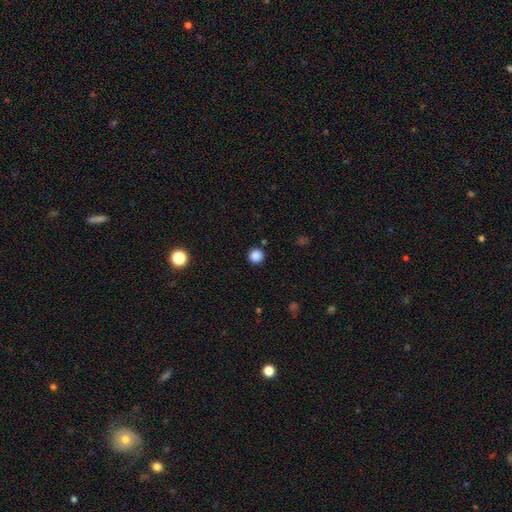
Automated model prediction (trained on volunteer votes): Smooth or featured? Predicted: smooth (p=0.86). How rounded? Predicted: round (p=0.96). Merging? Predicted: none (p=0.91).